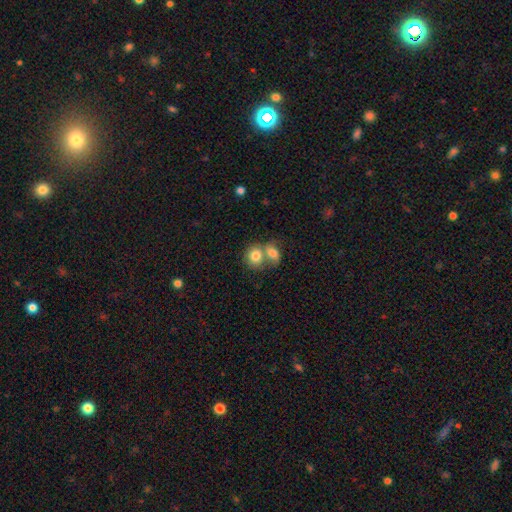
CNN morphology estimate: This appears to be a smooth galaxy with no disk features (80%) that is round (65%). Merging: merger (61%).